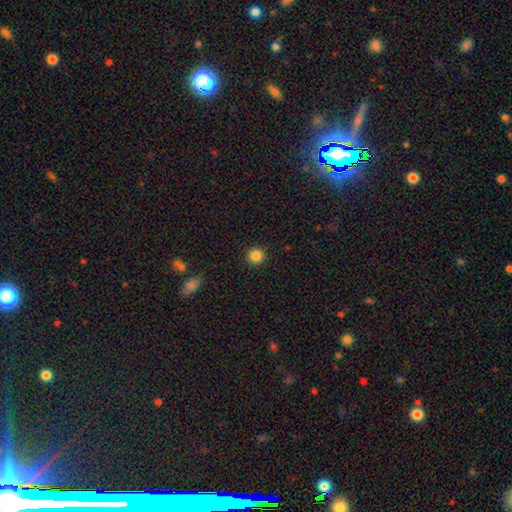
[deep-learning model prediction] Morphology: type=smooth (86%); roundness=round (94%); merging=none (92%).